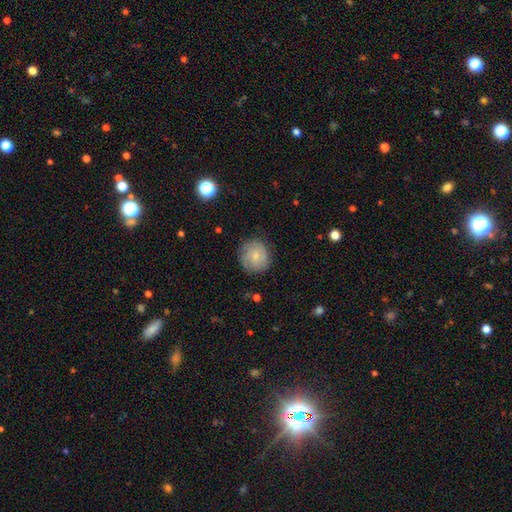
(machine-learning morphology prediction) Smooth or featured?
  - smooth: 69% *
  - featured or disk: 23%
  - star or artifact: 8%
How rounded?
  - round: 91% *
  - in between: 8%
  - cigar-shaped: 1%
Merging?
  - none: 79% *
  - minor disturbance: 16%
  - major disturbance: 4%
  - merger: 1%